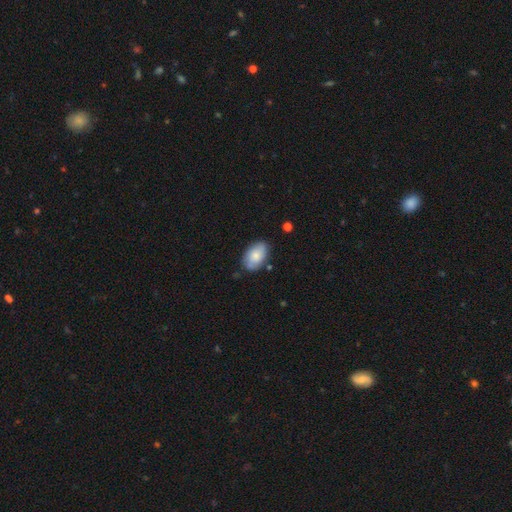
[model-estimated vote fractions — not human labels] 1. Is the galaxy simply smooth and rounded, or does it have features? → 75% smooth, 18% featured or disk, 6% star or artifact.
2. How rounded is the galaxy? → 92% in between, 7% round, 1% cigar-shaped.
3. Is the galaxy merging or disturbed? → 76% none, 18% minor disturbance, 3% major disturbance, 2% merger.